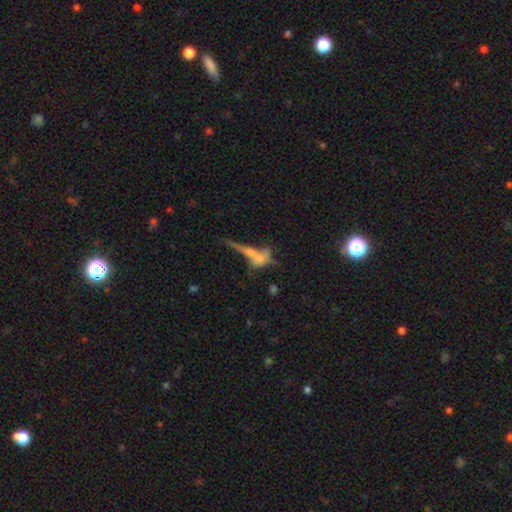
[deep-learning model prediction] Smooth or featured?
  - smooth: 47% *
  - featured or disk: 38%
  - star or artifact: 15%
Merging?
  - merger: 39% *
  - none: 31%
  - major disturbance: 17%
  - minor disturbance: 12%